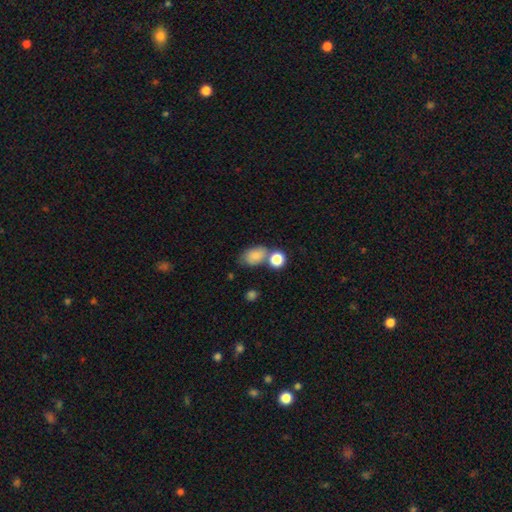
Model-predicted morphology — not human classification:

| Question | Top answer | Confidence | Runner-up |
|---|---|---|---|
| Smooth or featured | smooth | 79% | featured or disk (11%) |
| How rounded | in between | 78% | round (20%) |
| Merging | none | 48% | merger (25%) |